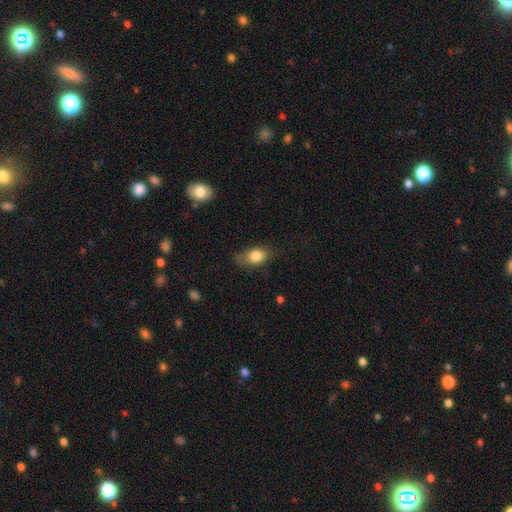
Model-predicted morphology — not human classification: A smooth galaxy with no disk features (79%) that is in between round and cigar-shaped (78%).

Vote fractions:
- Smooth or featured? smooth: 79% / featured or disk: 13% / star or artifact: 8%
- How rounded? in between: 78% / round: 18% / cigar-shaped: 4%
- Merging? none: 60% / minor disturbance: 28% / major disturbance: 10% / merger: 2%